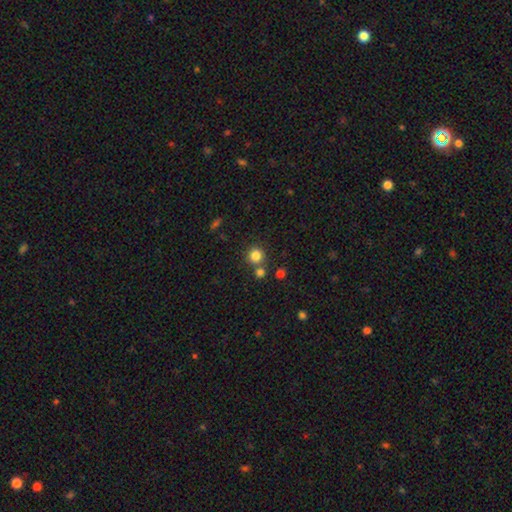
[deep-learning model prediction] Smooth or featured? smooth (82%)
How rounded? round (92%)
Merging? none (72%)